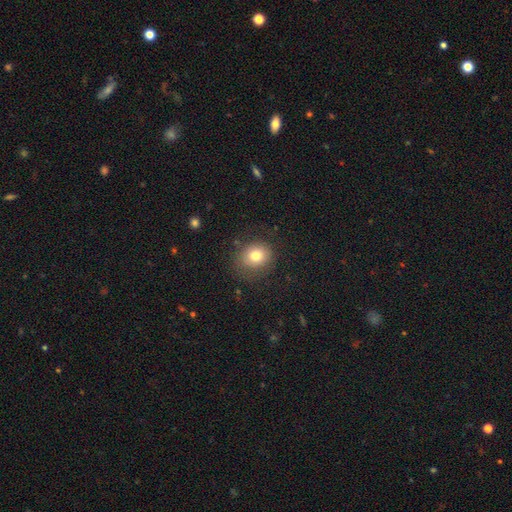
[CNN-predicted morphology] A smooth galaxy with no disk features (77%) that is round (70%). Merging: none (77%).